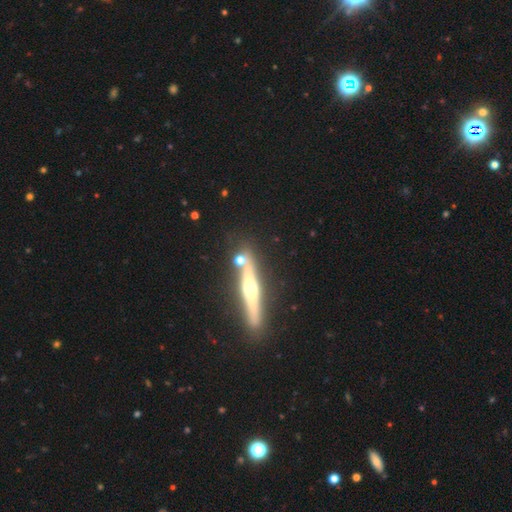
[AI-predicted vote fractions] The model was most divided on "smooth or featured": featured or disk: 72%, smooth: 21%, star or artifact: 7%. More confident: edge-on disk — yes (94%); edge-on bulge — rounded (86%); merging — none (74%).